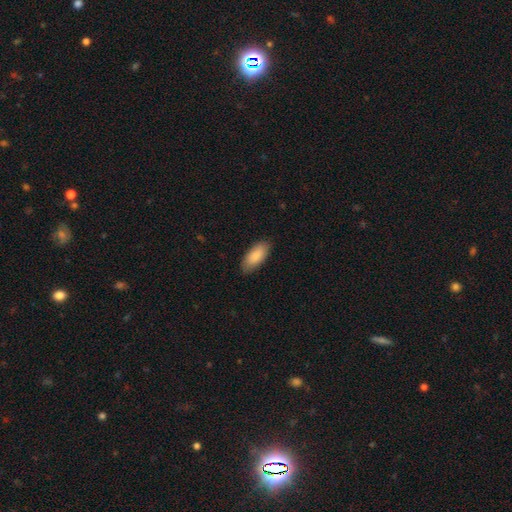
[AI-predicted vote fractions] smooth 88%, featured or disk 7%, star or artifact 5%. Down the decision tree: how rounded — in between (87%); merging — none (86%).